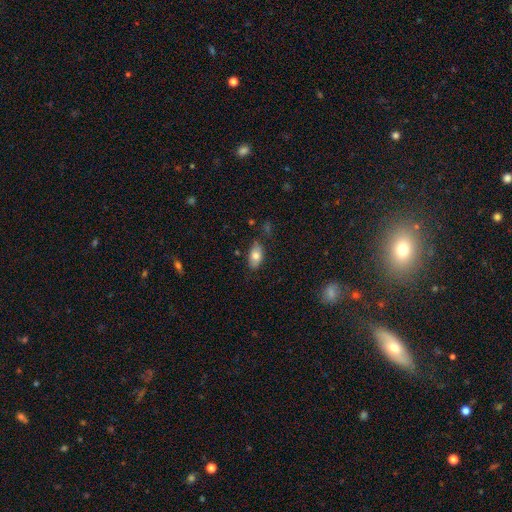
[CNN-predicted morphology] This is likely a smooth galaxy (76%). How rounded: clearly in between (91%). Merging: likely none (75%).